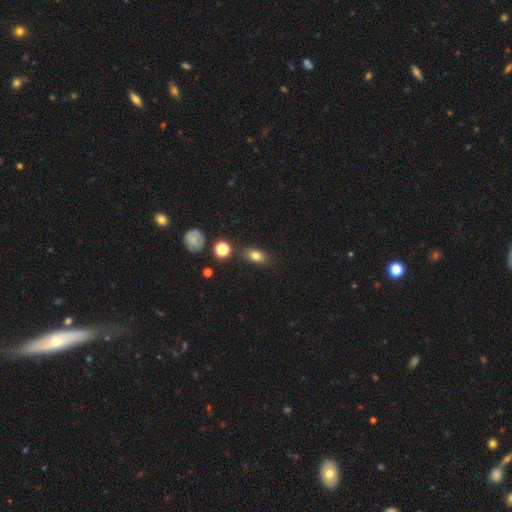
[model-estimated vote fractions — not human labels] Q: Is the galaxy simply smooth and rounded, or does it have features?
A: smooth — 78%.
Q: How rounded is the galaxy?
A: in between — 77%.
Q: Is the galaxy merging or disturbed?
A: none — 80%.